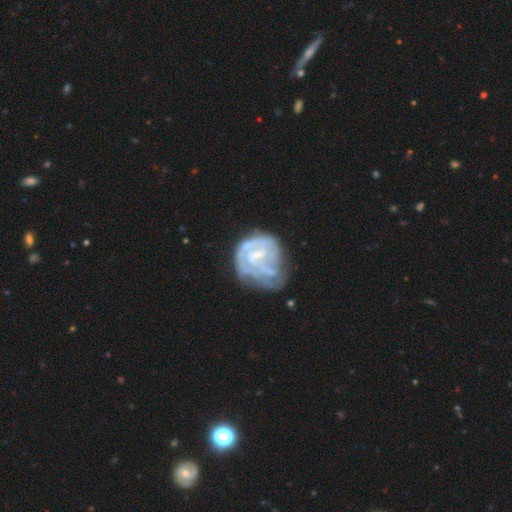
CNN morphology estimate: Smooth or featured? featured or disk (72%)
Edge-on disk? no (98%)
Bar? no (49%)
Spiral arms? yes (60%)
Bulge size? small (43%)
Merging? none (33%)